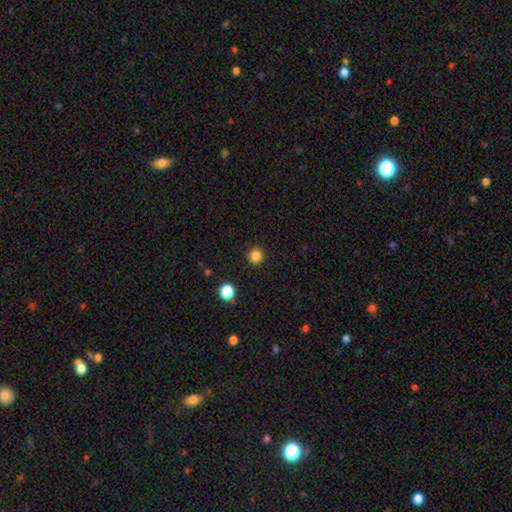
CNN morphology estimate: Smooth or featured: smooth — 84% (star or artifact — 13%)
How rounded: round — 94% (in between — 5%)
Merging: none — 92% (minor disturbance — 5%)